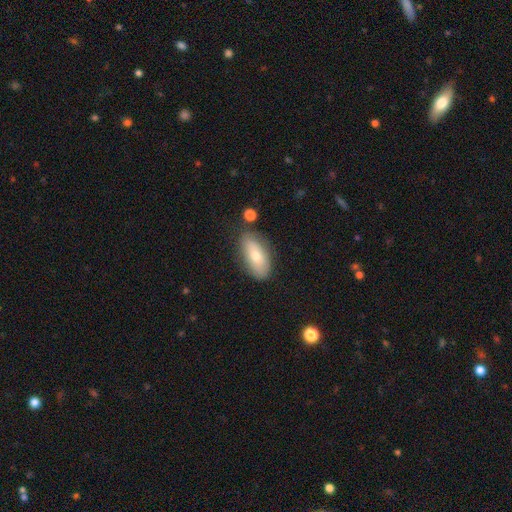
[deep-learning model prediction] Smooth or featured: smooth — 62% (featured or disk — 30%)
How rounded: in between — 87% (cigar-shaped — 10%)
Merging: none — 78% (minor disturbance — 15%)